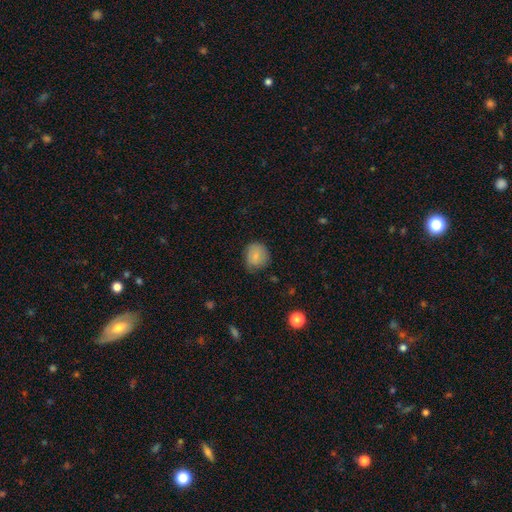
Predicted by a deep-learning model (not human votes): The model was most divided on "how rounded": round: 73%, in between: 26%, cigar-shaped: 1%. More confident: smooth or featured — smooth (80%); merging — none (71%).